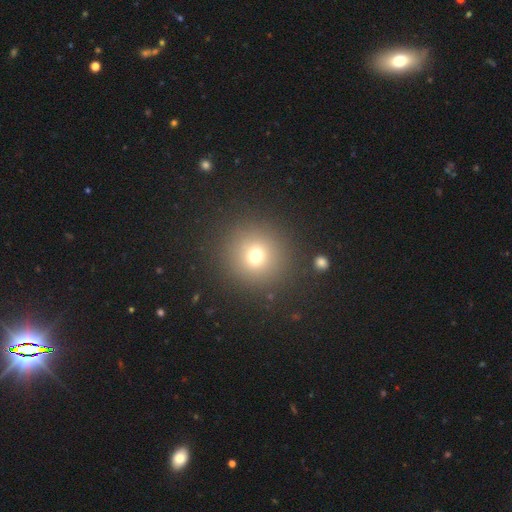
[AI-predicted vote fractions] Morphology: type=smooth (70%); roundness=round (93%); merging=none (87%).